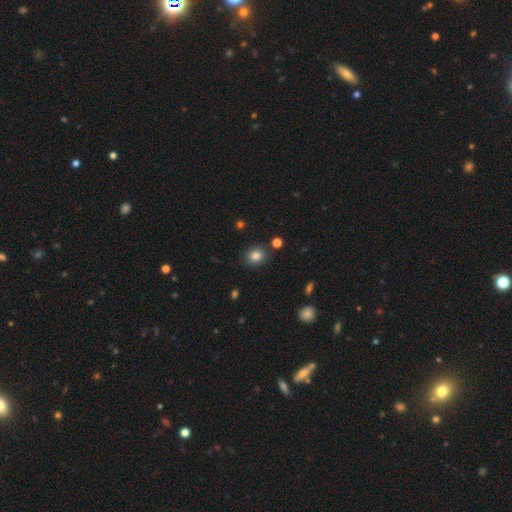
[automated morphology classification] This is clearly a smooth galaxy (83%). How rounded: likely round (70%). Merging: clearly none (85%).